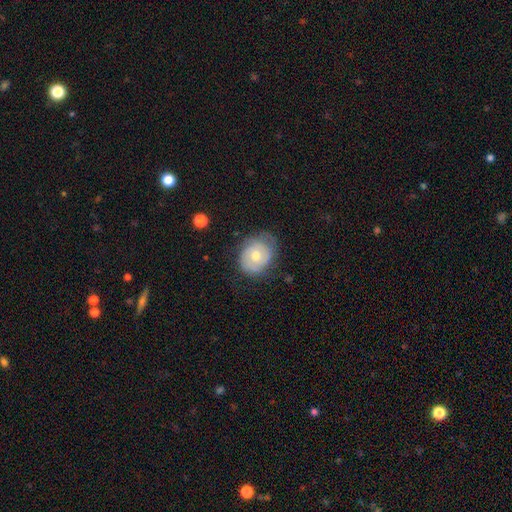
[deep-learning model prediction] This appears to be a featured or disk galaxy (55%) with no bar (80%), spiral arms (71%) and a moderate central bulge (71%). Merging: none (63%).